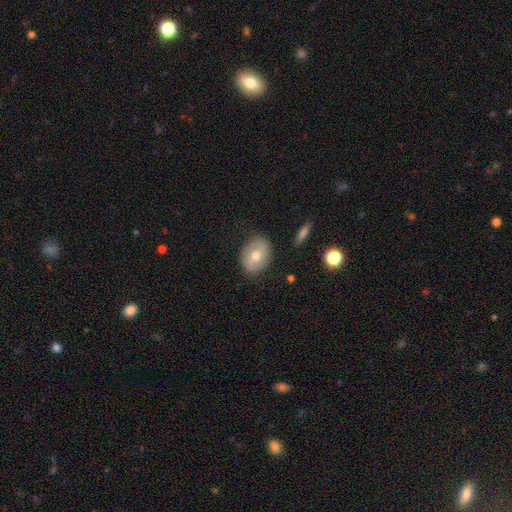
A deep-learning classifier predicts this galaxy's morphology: smooth 65%, featured or disk 28%, star or artifact 7%. Down the decision tree: how rounded — in between (56%); merging — none (84%).